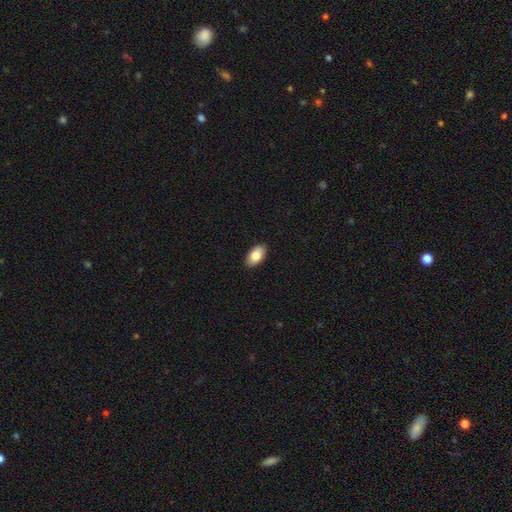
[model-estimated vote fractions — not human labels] Smooth or featured: smooth — 82% (featured or disk — 11%)
How rounded: in between — 94% (round — 4%)
Merging: none — 90% (minor disturbance — 7%)